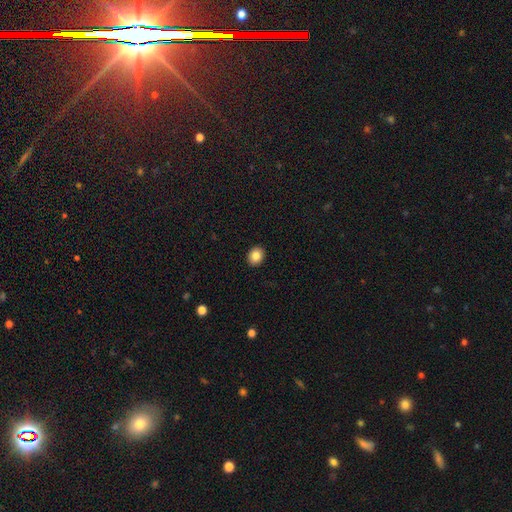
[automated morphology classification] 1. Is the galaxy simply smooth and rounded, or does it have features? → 85% smooth, 9% star or artifact, 6% featured or disk.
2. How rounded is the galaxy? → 56% round, 43% in between, 1% cigar-shaped.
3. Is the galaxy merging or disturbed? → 92% none, 6% minor disturbance, 2% major disturbance, 1% merger.